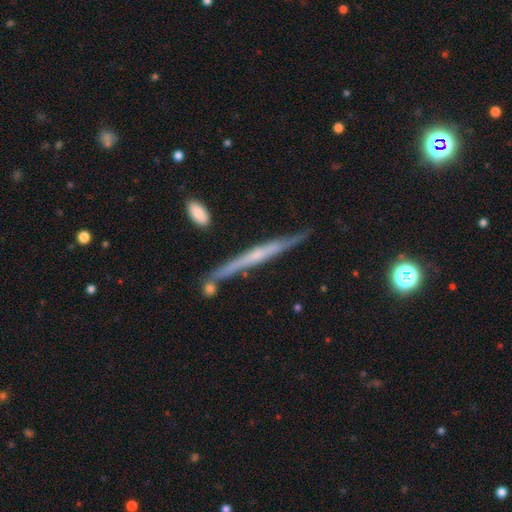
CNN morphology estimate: Smooth or featured: featured or disk — 69% (smooth — 24%)
Edge-on disk: yes — 95% (no — 5%)
Edge-on bulge: none — 59% (rounded — 32%)
Merging: none — 77% (minor disturbance — 14%)